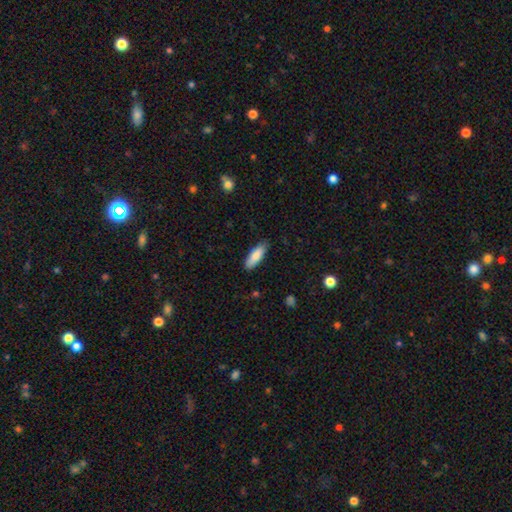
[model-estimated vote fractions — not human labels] This is clearly a smooth galaxy (84%). How rounded: possibly in between (58%). Merging: clearly none (84%).